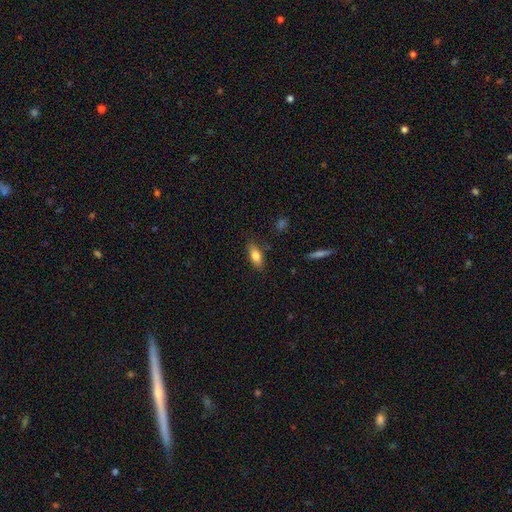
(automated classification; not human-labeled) This is likely a smooth galaxy (80%). How rounded: clearly in between (80%). Merging: clearly none (81%).